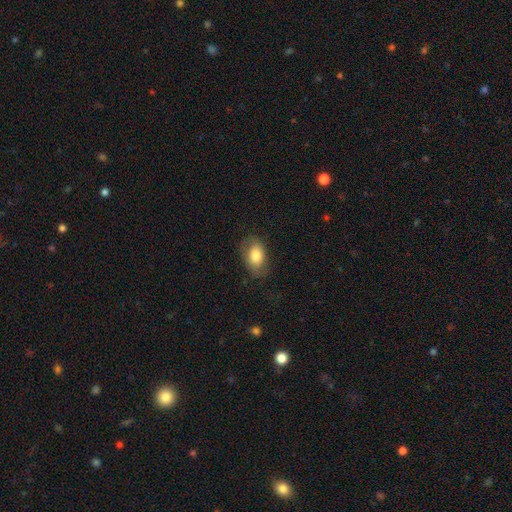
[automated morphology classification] The model was most divided on "merging": none: 71%, minor disturbance: 20%, major disturbance: 8%, merger: 1%. More confident: how rounded — in between (88%); smooth or featured — smooth (80%).